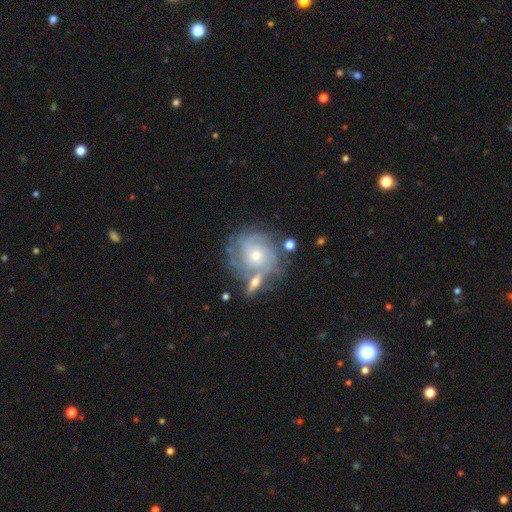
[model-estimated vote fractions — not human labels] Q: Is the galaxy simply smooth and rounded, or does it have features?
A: featured or disk — 76%.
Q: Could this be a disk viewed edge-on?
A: no — 97%.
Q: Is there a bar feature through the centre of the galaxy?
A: no — 76%.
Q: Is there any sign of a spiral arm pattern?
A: yes — 90%.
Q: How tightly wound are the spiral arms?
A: tight — 67%.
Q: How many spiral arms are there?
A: can't tell — 40%.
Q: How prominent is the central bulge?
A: moderate — 57%.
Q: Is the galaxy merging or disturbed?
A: none — 60%.